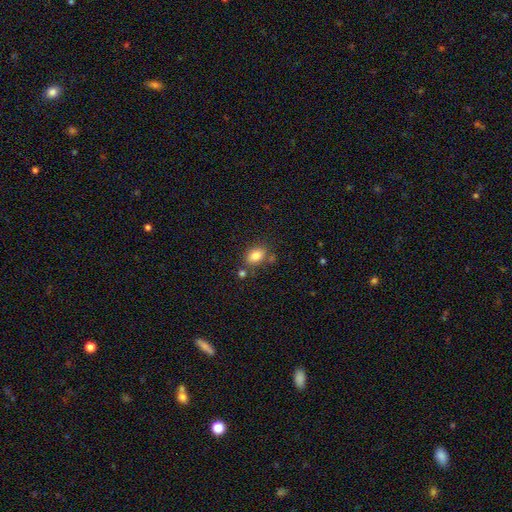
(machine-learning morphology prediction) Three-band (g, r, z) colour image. It shows a smooth galaxy with no disk features (82%) that is in between round and cigar-shaped (81%). Merging: none (69%).